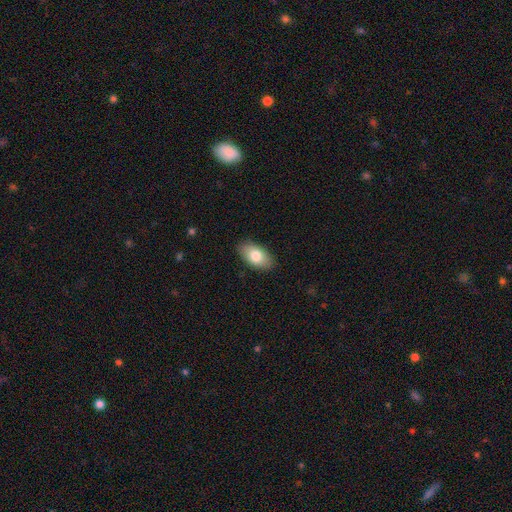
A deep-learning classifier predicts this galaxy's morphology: Overall: smooth (79%). How rounded: in between (94%). Merging: none (87%).